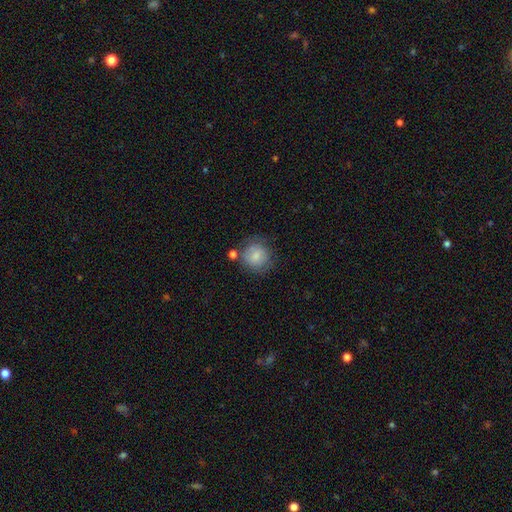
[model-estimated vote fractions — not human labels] Smooth or featured? smooth (79%)
How rounded? round (86%)
Merging? none (65%)